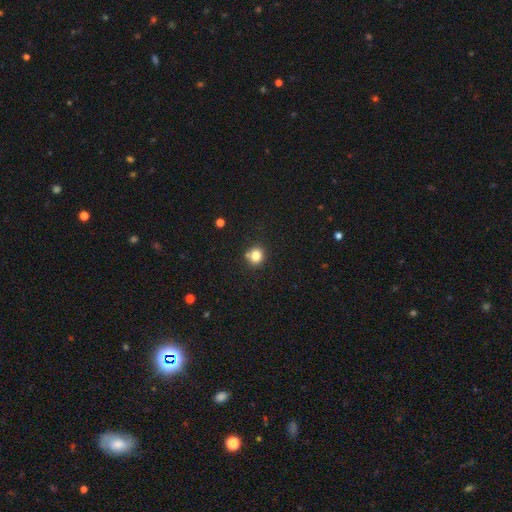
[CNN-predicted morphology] A smooth galaxy with no disk features (81%) that is round (83%).

Vote fractions:
- Smooth or featured? smooth: 81% / star or artifact: 12% / featured or disk: 7%
- How rounded? round: 83% / in between: 16% / cigar-shaped: 1%
- Merging? none: 74% / minor disturbance: 12% / merger: 11% / major disturbance: 3%